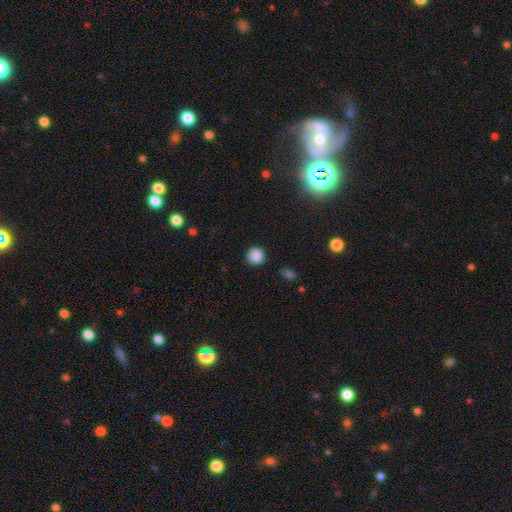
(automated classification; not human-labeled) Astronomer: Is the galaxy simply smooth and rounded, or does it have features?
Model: smooth — 87%.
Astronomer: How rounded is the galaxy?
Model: round — 93%.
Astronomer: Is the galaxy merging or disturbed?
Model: none — 89%.